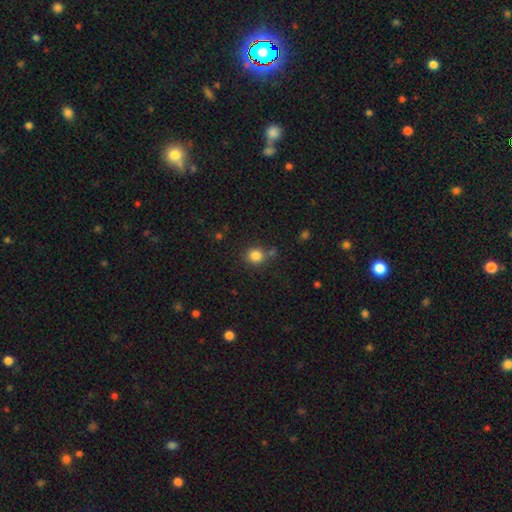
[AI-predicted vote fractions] smooth-or-featured: smooth: 83% | star or artifact: 12% | featured or disk: 5%
  how-rounded: round: 87% | in between: 12% | cigar-shaped: 1%
  merging: none: 77% | minor disturbance: 12% | merger: 8% | major disturbance: 4%